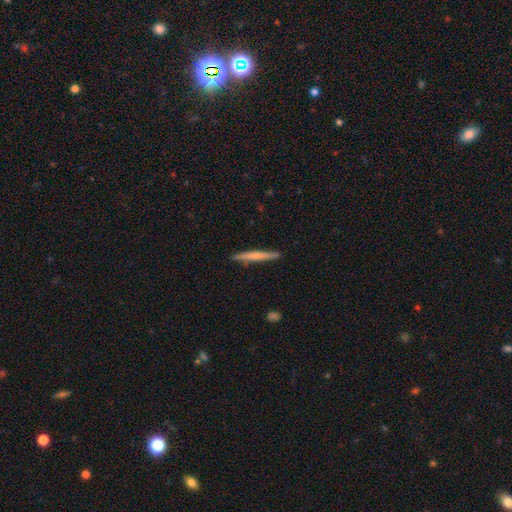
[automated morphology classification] A smooth galaxy with no disk features (48%).

Vote fractions:
- Smooth or featured? smooth: 48% / featured or disk: 46% / star or artifact: 5%
- Merging? none: 91% / minor disturbance: 6% / major disturbance: 1% / merger: 1%